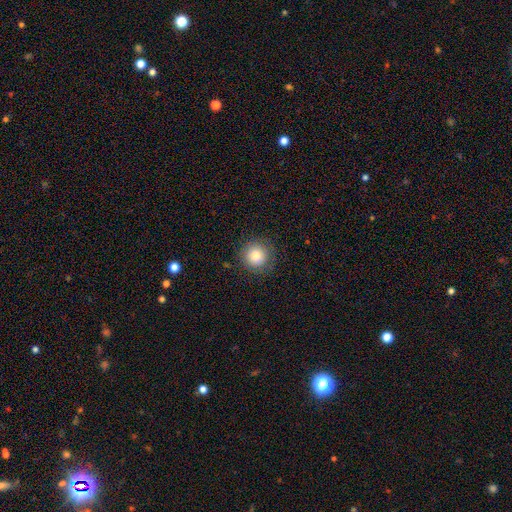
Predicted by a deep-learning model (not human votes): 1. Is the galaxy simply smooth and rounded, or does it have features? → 84% smooth, 10% star or artifact, 7% featured or disk.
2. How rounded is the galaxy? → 95% round, 4% in between, 1% cigar-shaped.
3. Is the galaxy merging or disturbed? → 87% none, 9% minor disturbance, 3% major disturbance, 1% merger.